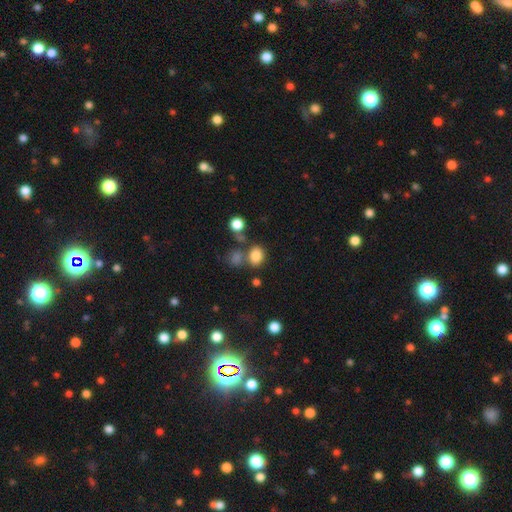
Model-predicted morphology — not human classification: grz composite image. It shows a smooth galaxy with no disk features (81%) that is in between round and cigar-shaped (53%). Merging: none (61%).